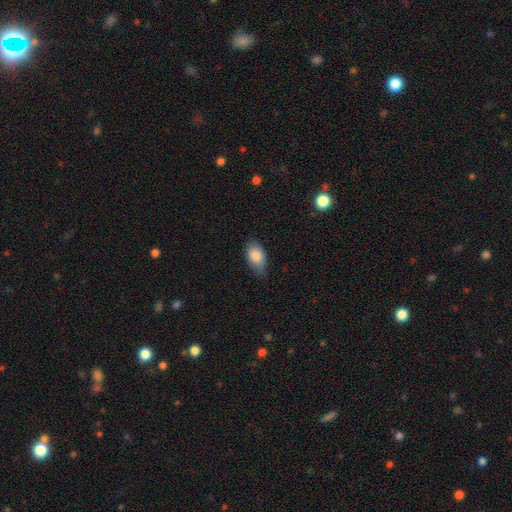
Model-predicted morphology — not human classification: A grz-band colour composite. It shows a smooth galaxy with no disk features (85%) that is in between round and cigar-shaped (91%). Merging: none (69%).